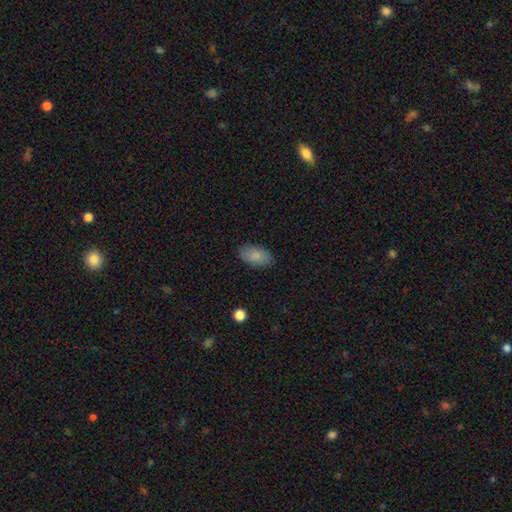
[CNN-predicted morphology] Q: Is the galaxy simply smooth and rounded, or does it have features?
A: smooth — 86%.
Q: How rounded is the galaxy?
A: in between — 93%.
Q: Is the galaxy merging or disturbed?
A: none — 86%.